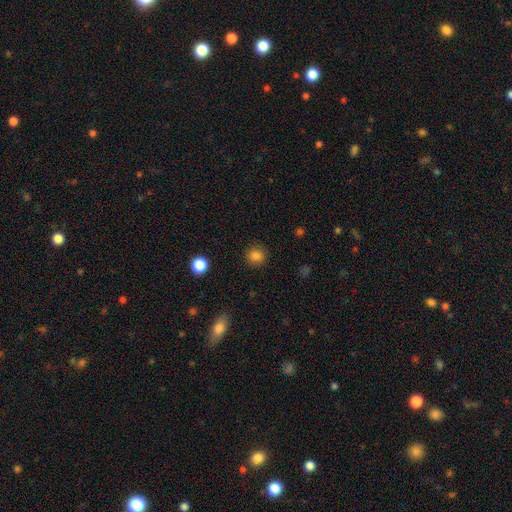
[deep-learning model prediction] A smooth galaxy with no disk features (83%) that is round (93%). Merging: none (91%).